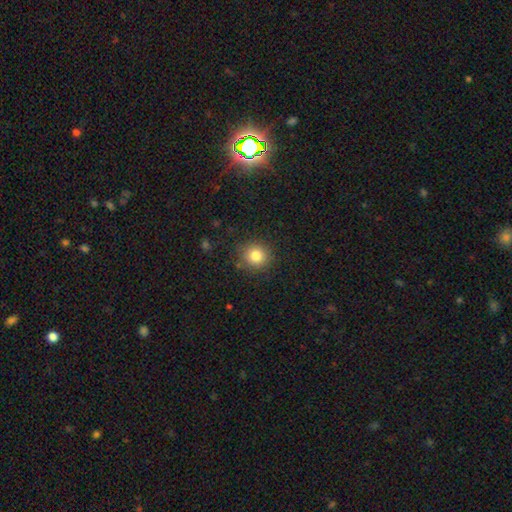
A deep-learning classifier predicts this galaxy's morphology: This appears to be a smooth galaxy with no disk features (82%) that is round (91%). Merging: none (86%).